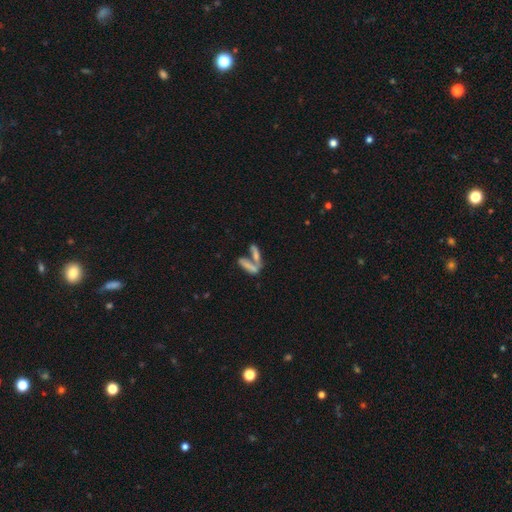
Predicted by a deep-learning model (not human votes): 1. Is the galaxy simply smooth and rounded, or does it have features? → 57% smooth, 29% featured or disk, 15% star or artifact.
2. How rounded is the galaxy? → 60% cigar-shaped, 35% in between, 6% round.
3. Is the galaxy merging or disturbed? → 56% merger, 30% none, 7% minor disturbance, 7% major disturbance.